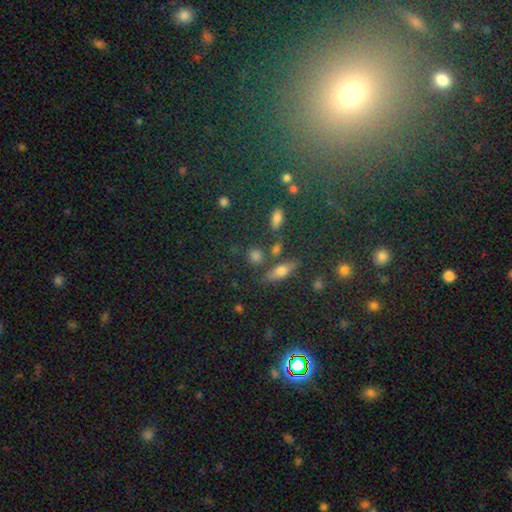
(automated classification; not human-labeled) smooth 74%, star or artifact 15%, featured or disk 11%. Down the decision tree: how rounded — round (64%); merging — none (73%).